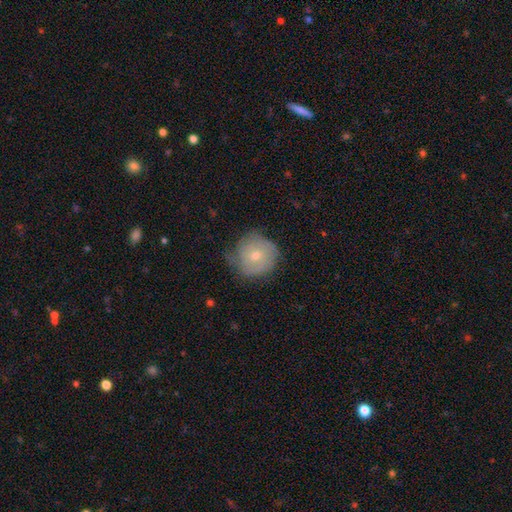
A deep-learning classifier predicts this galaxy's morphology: The model was most divided on "smooth or featured": smooth: 49%, featured or disk: 43%, star or artifact: 7%. More confident: merging — none (59%).